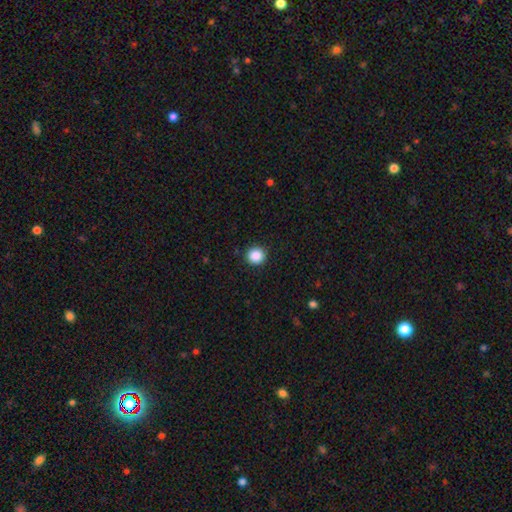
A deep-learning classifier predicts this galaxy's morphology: A smooth galaxy with no disk features (88%) that is round (94%).

Vote fractions:
- Smooth or featured? smooth: 88% / star or artifact: 10% / featured or disk: 3%
- How rounded? round: 94% / in between: 5% / cigar-shaped: 1%
- Merging? none: 92% / minor disturbance: 5% / major disturbance: 2% / merger: 1%